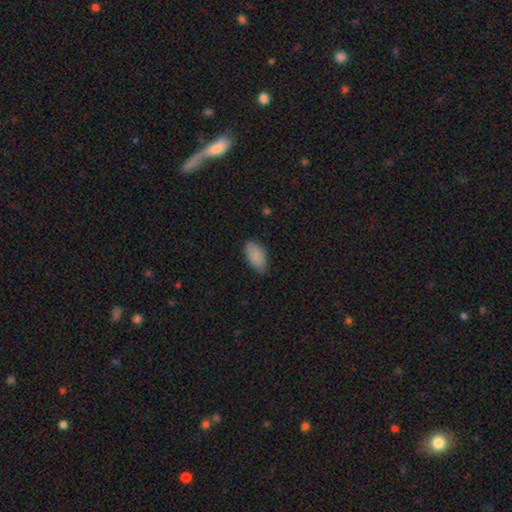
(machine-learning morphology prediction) The model was most divided on "merging": none: 77%, minor disturbance: 19%, major disturbance: 3%, merger: 1%. More confident: how rounded — in between (94%); smooth or featured — smooth (86%).